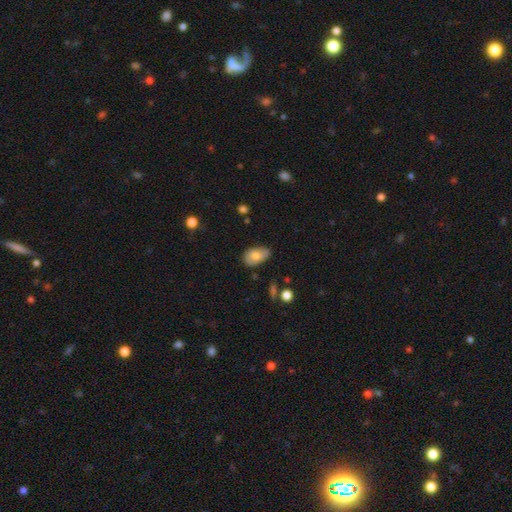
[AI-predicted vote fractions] Smooth or featured? smooth (72%)
How rounded? in between (89%)
Merging? none (61%)